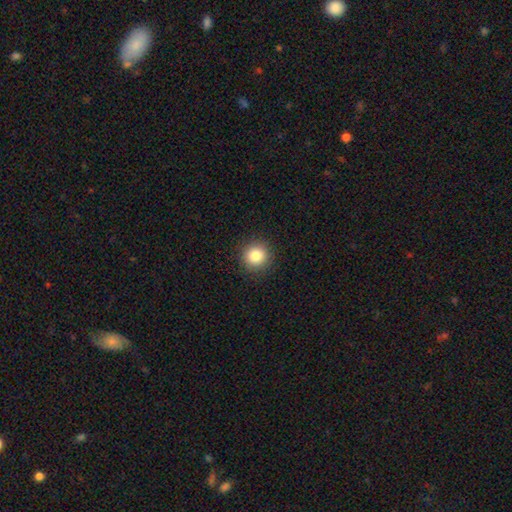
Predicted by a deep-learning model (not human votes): The model was most divided on "smooth or featured": smooth: 84%, star or artifact: 11%, featured or disk: 6%. More confident: how rounded — round (94%); merging — none (92%).